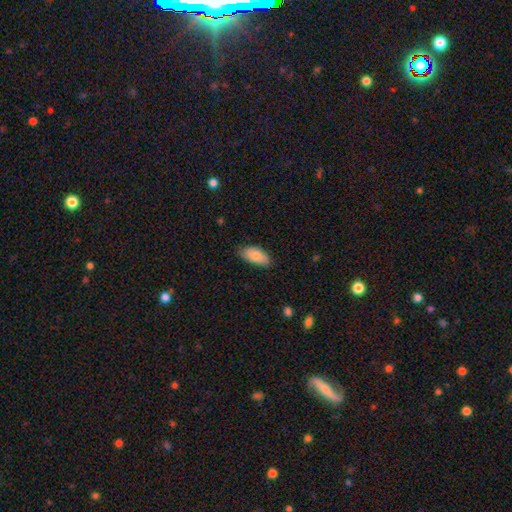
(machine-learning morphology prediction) Smooth or featured? smooth (84%)
How rounded? in between (91%)
Merging? none (77%)